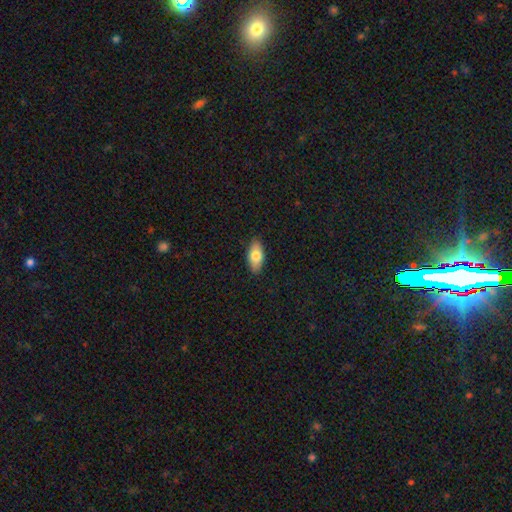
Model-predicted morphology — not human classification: The model was most divided on "smooth or featured": smooth: 78%, featured or disk: 16%, star or artifact: 6%. More confident: how rounded — in between (89%); merging — none (88%).